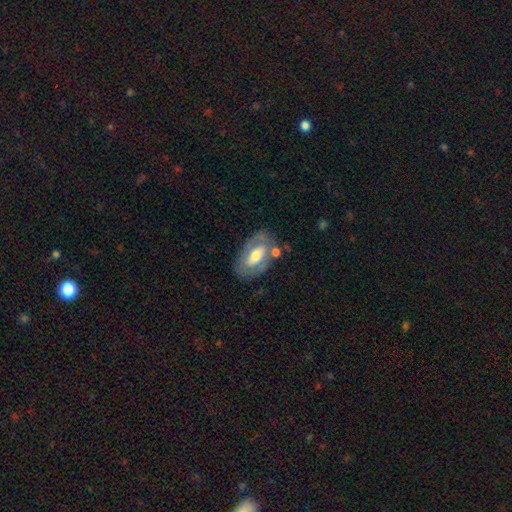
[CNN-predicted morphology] smooth_or_featured: featured or disk (p=0.59) [alt: smooth p=0.35]
disk_edge_on: no (p=0.90) [alt: yes p=0.10]
bar: no (p=0.35) [tied with: weak p=0.35]
has_spiral_arms: no (p=0.53) [alt: yes p=0.47]
bulge_size: moderate (p=0.63) [alt: large p=0.18]
merging: none (p=0.68) [alt: minor disturbance p=0.17]